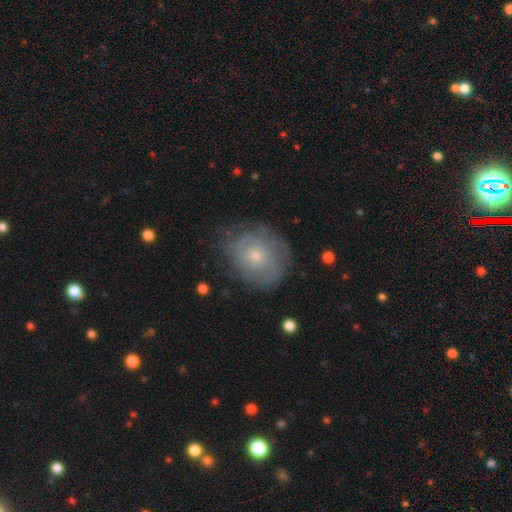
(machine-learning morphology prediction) smooth_or_featured: featured or disk (p=0.57) [alt: smooth p=0.36]
disk_edge_on: no (p=0.96) [alt: yes p=0.04]
bar: no (p=0.84) [alt: weak p=0.14]
has_spiral_arms: yes (p=0.72) [alt: no p=0.28]
bulge_size: small (p=0.59) [alt: moderate p=0.36]
merging: none (p=0.68) [alt: minor disturbance p=0.22]